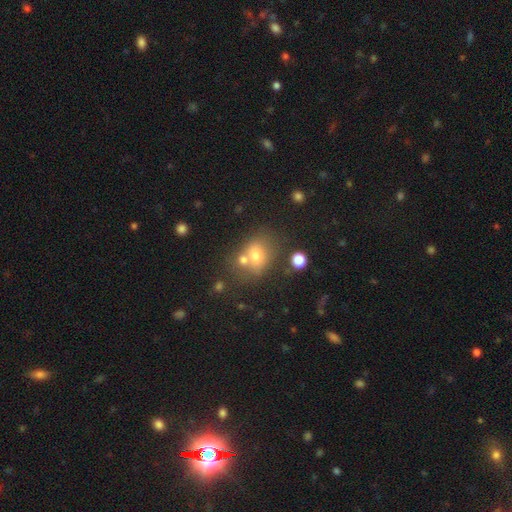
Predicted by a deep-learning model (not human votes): smooth-or-featured: smooth: 64% | featured or disk: 18% | star or artifact: 18%
  how-rounded: round: 51% | in between: 47% | cigar-shaped: 1%
  merging: none: 48% | merger: 34% | minor disturbance: 12% | major disturbance: 5%